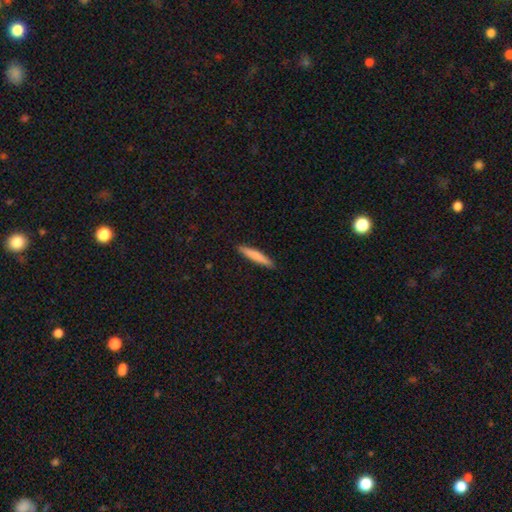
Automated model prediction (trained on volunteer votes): Smooth or featured: smooth — 78% (featured or disk — 17%)
How rounded: cigar-shaped — 94% (in between — 5%)
Merging: none — 91% (minor disturbance — 7%)